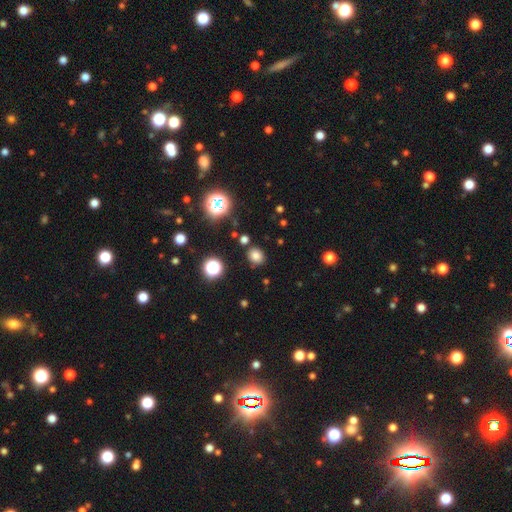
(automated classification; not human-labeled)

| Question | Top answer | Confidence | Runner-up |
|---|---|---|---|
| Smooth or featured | smooth | 77% | star or artifact (18%) |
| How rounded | round | 70% | in between (29%) |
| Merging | none | 85% | minor disturbance (9%) |